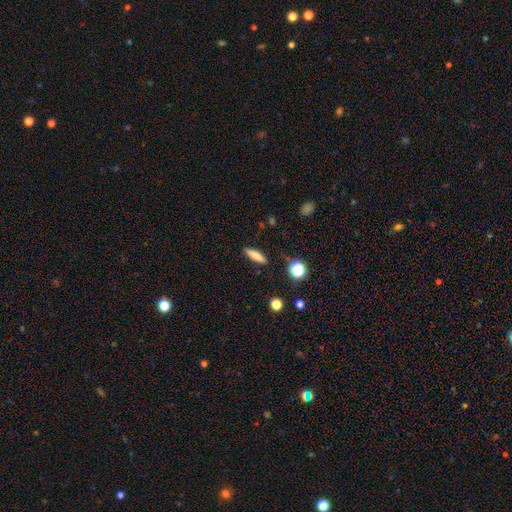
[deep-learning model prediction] This appears to be a smooth galaxy with no disk features (75%) that is cigar-shaped (67%). Merging: none (87%).